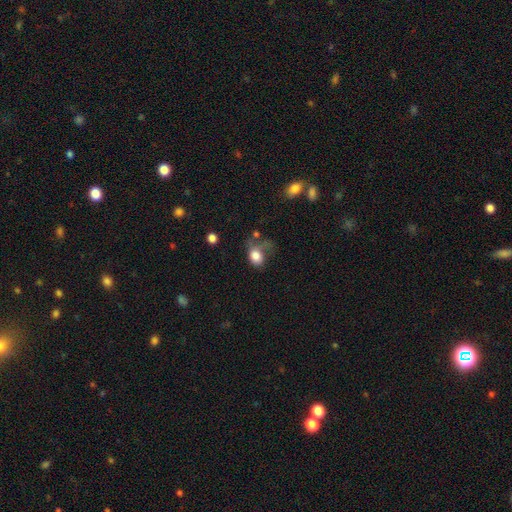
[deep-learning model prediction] Morphology: type=smooth (79%); roundness=in between (59%); merging=major disturbance (37%).